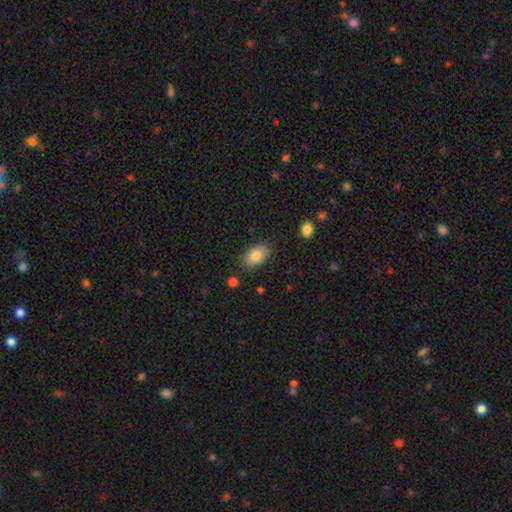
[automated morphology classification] This is clearly a smooth galaxy (83%). How rounded: clearly in between (93%). Merging: clearly none (81%).